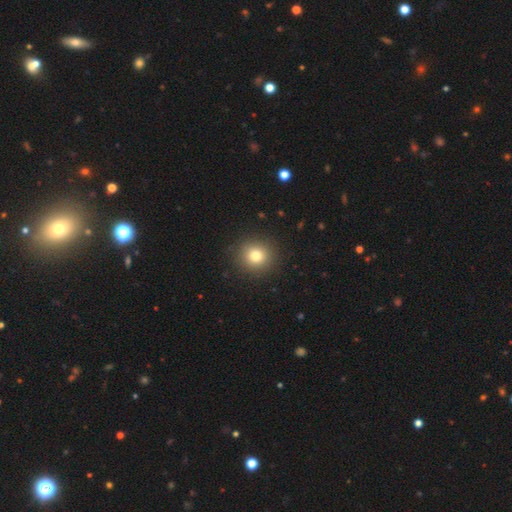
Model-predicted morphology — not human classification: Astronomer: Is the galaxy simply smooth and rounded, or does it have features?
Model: smooth — 79%.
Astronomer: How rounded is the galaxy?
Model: round — 91%.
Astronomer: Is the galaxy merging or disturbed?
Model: none — 91%.